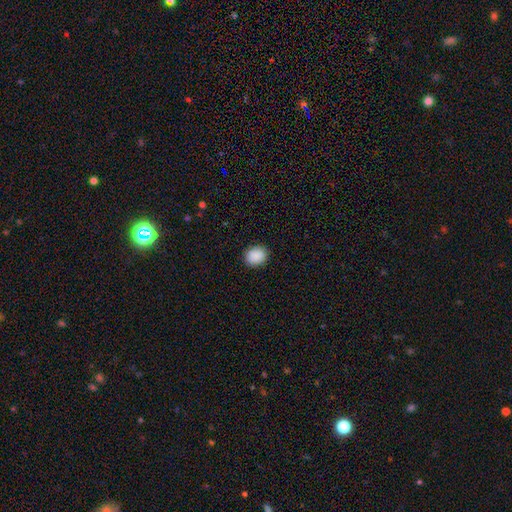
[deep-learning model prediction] This appears to be a smooth galaxy with no disk features (90%) that is round (58%). Merging: none (90%).